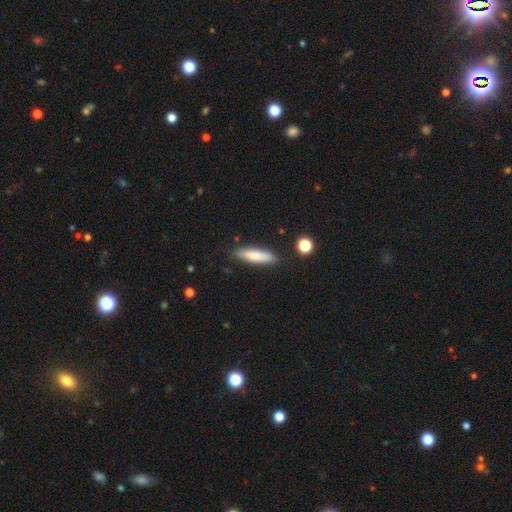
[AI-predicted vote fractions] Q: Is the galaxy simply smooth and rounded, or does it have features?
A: smooth — 78%.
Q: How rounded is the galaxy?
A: cigar-shaped — 73%.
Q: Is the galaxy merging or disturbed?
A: none — 83%.